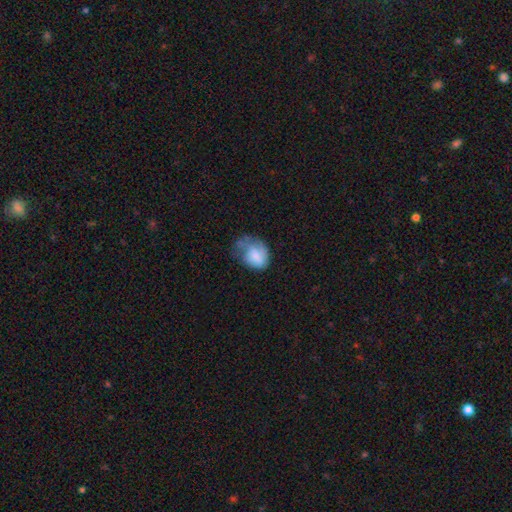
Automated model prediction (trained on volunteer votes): This is likely a smooth galaxy (68%). How rounded: likely in between (66%). Merging: marginally minor disturbance (37%).